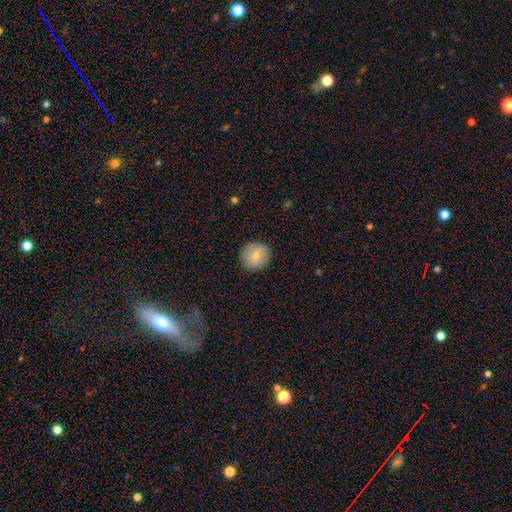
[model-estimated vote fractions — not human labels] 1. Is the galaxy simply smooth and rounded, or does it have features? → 68% smooth, 24% featured or disk, 8% star or artifact.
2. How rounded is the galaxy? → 91% round, 8% in between, 1% cigar-shaped.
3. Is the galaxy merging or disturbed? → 89% none, 8% minor disturbance, 2% major disturbance, 1% merger.